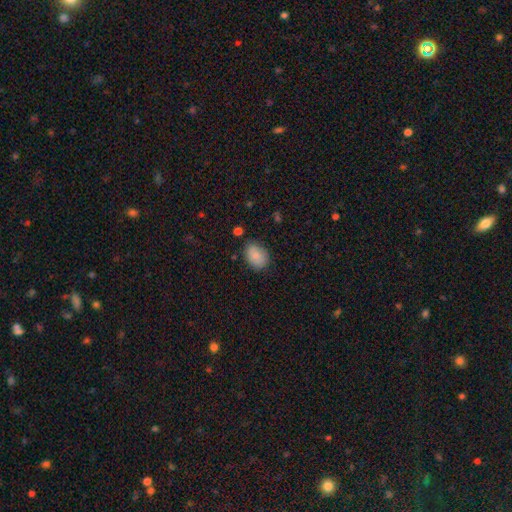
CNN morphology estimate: Overall: smooth (86%). How rounded: in between (77%). Merging: none (80%).